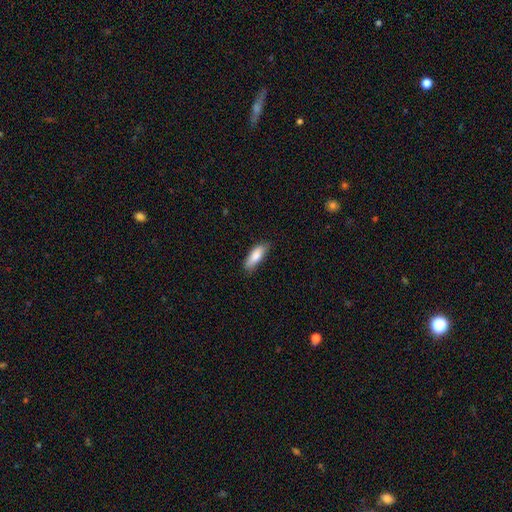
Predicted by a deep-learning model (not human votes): A smooth galaxy with no disk features (85%) that is in between round and cigar-shaped (62%).

Vote fractions:
- Smooth or featured? smooth: 85% / featured or disk: 9% / star or artifact: 6%
- How rounded? in between: 62% / cigar-shaped: 36% / round: 2%
- Merging? none: 77% / minor disturbance: 19% / major disturbance: 3% / merger: 1%